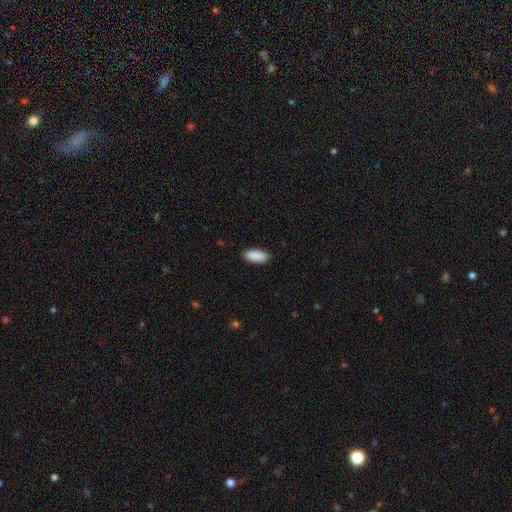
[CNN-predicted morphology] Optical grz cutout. It shows a smooth galaxy with no disk features (91%) that is in between round and cigar-shaped (90%). Merging: none (88%).